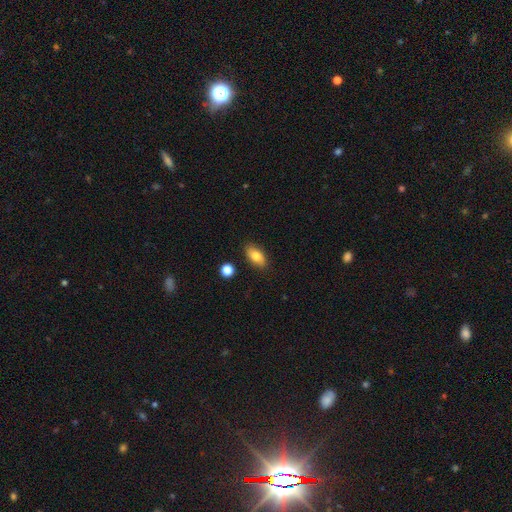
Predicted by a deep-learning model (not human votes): Smooth or featured? smooth (80%)
How rounded? in between (89%)
Merging? none (87%)